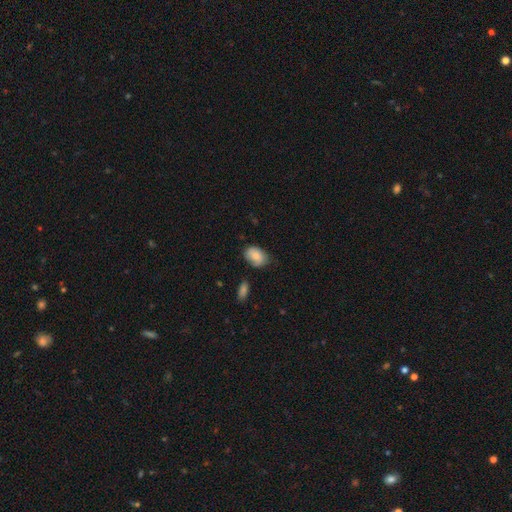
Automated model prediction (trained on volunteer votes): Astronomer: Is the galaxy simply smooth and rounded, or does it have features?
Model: smooth — 82%.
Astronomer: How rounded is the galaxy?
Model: in between — 83%.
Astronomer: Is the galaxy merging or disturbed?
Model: none — 60%.